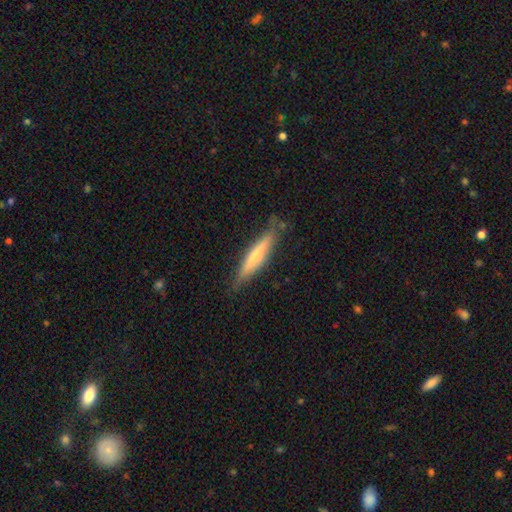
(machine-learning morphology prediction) The model was most divided on "smooth or featured": smooth: 52%, featured or disk: 42%, star or artifact: 6%. More confident: how rounded — cigar-shaped (90%); merging — none (81%).